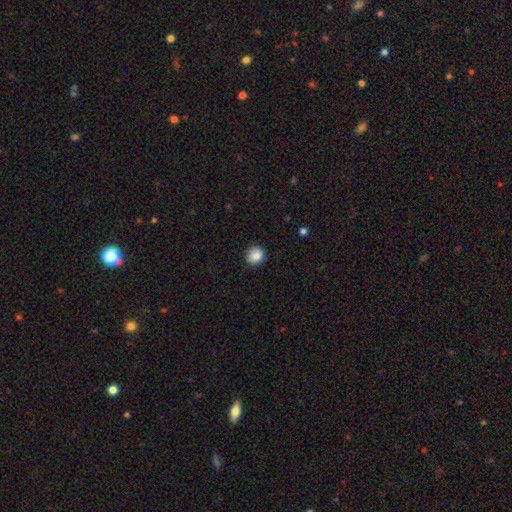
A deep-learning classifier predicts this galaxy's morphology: A smooth galaxy with no disk features (87%) that is round (86%).

Vote fractions:
- Smooth or featured? smooth: 87% / star or artifact: 9% / featured or disk: 4%
- How rounded? round: 86% / in between: 13% / cigar-shaped: 1%
- Merging? none: 89% / minor disturbance: 8% / major disturbance: 2% / merger: 1%